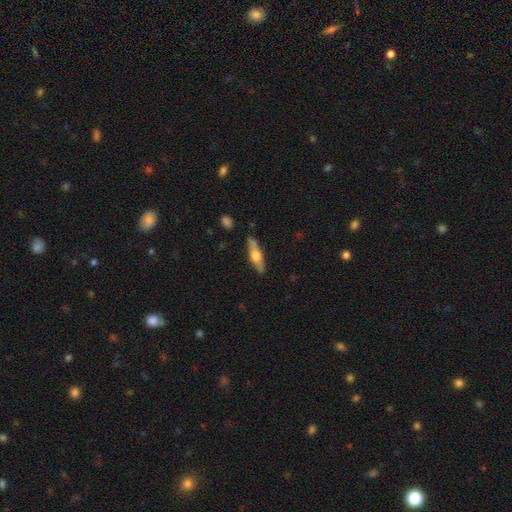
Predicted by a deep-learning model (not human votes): This is possibly a featured or disk galaxy (49%). Merging: clearly none (83%).